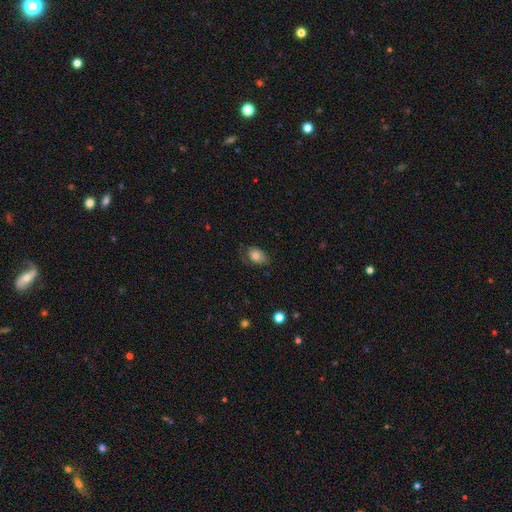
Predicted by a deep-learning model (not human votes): Smooth or featured? smooth (75%)
How rounded? in between (81%)
Merging? none (58%)